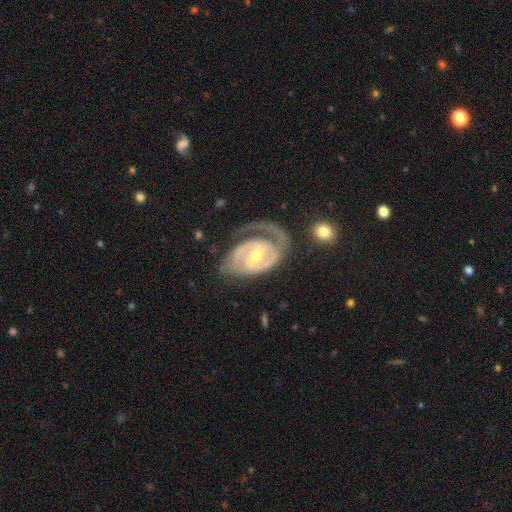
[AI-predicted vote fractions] Smooth or featured?
  - featured or disk: 92% *
  - smooth: 4%
  - star or artifact: 3%
Edge-on disk?
  - no: 97% *
  - yes: 3%
Bar?
  - weak: 50% *
  - strong: 27%
  - no: 22%
Spiral arms?
  - yes: 98% *
  - no: 2%
Spiral winding?
  - tight: 54% *
  - medium: 38%
  - loose: 7%
Spiral arm count?
  - 2: 74% *
  - 1: 12%
  - 3: 6%
  - can't tell: 6%
  - 4: 2%
  - more than 4: 2%
Bulge size?
  - moderate: 56% *
  - small: 41%
  - large: 2%
  - none: 1%
  - dominant: 1%
Merging?
  - none: 58% *
  - minor disturbance: 22%
  - major disturbance: 17%
  - merger: 3%